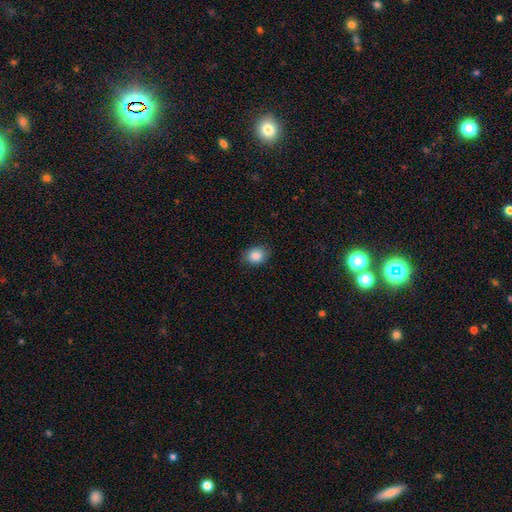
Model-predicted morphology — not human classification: Smooth or featured? Predicted: smooth (p=0.86). How rounded? Predicted: in between (p=0.54). Merging? Predicted: none (p=0.83).